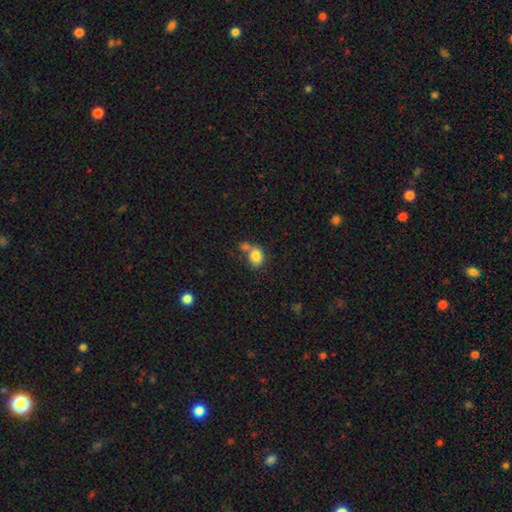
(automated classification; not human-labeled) A smooth galaxy with no disk features (82%) that is in between round and cigar-shaped (60%). Merging: merger (39%, tied with none).